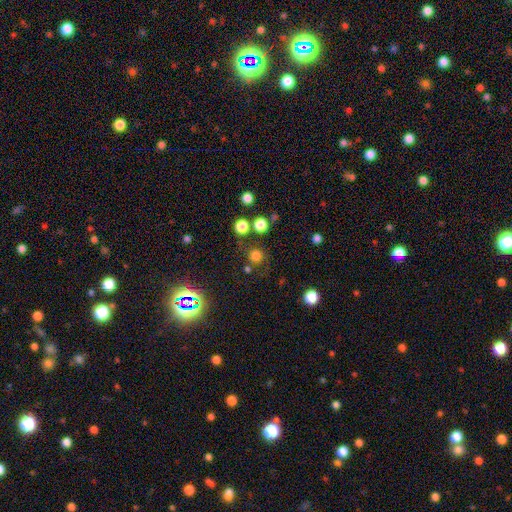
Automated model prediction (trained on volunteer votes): Q: Smooth or featured?
A: smooth (73%); runner-up: star or artifact (21%)
Q: How rounded?
A: round (93%); runner-up: in between (6%)
Q: Merging?
A: none (77%); runner-up: merger (9%)